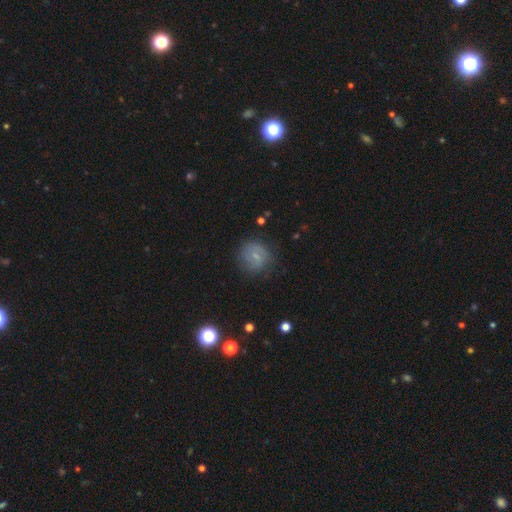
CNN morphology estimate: smooth 51%, featured or disk 38%, star or artifact 11%. Down the decision tree: how rounded — round (84%); merging — none (75%).